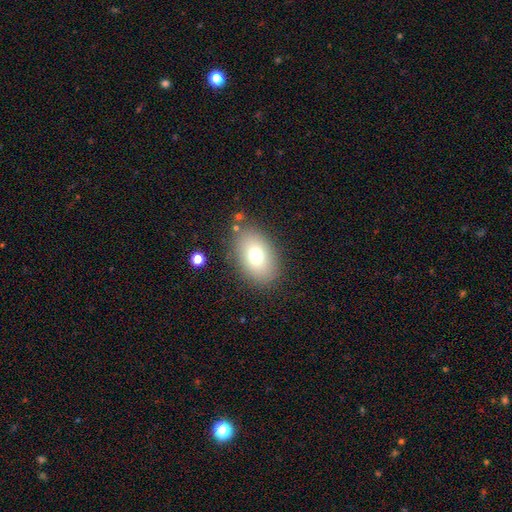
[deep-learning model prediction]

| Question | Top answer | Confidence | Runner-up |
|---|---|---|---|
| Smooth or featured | smooth | 75% | featured or disk (15%) |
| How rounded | in between | 86% | round (12%) |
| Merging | none | 84% | minor disturbance (11%) |